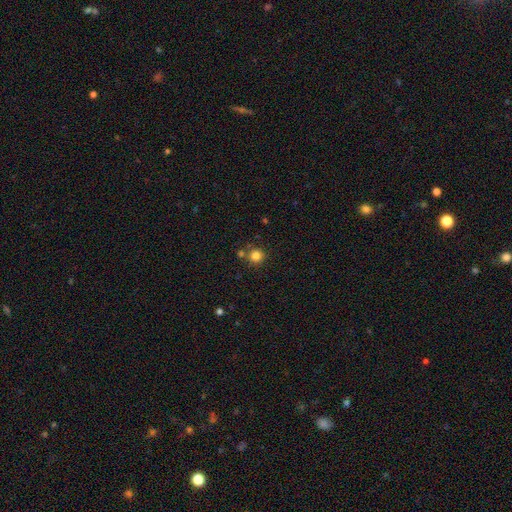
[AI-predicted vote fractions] Overall: smooth (82%). How rounded: round (93%). Merging: none (76%).